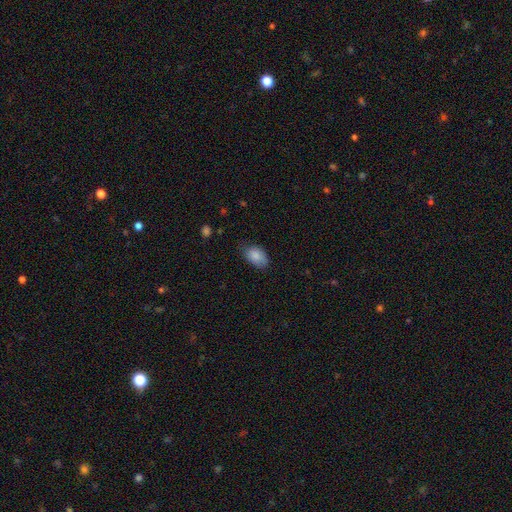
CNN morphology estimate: Smooth or featured? smooth (86%)
How rounded? in between (89%)
Merging? none (69%)